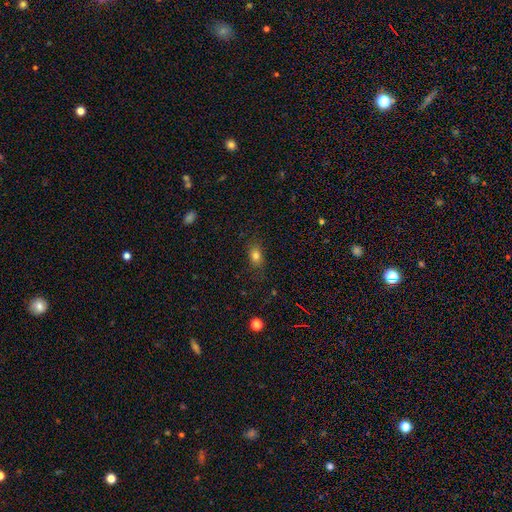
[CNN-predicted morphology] Q: Smooth or featured?
A: smooth (78%); runner-up: star or artifact (12%)
Q: How rounded?
A: in between (72%); runner-up: round (24%)
Q: Merging?
A: none (77%); runner-up: minor disturbance (16%)